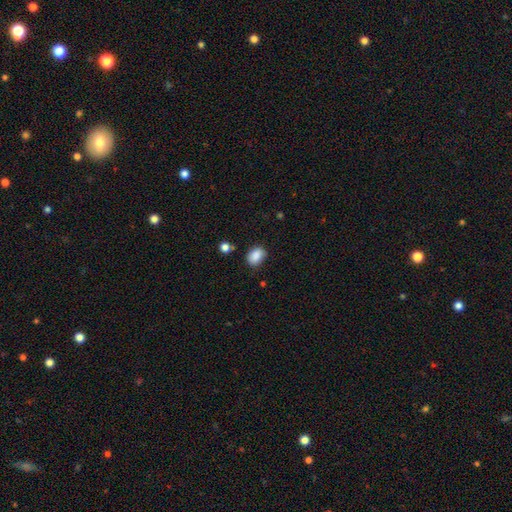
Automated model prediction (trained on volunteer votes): Overall: smooth (86%). How rounded: in between (70%). Merging: none (72%).